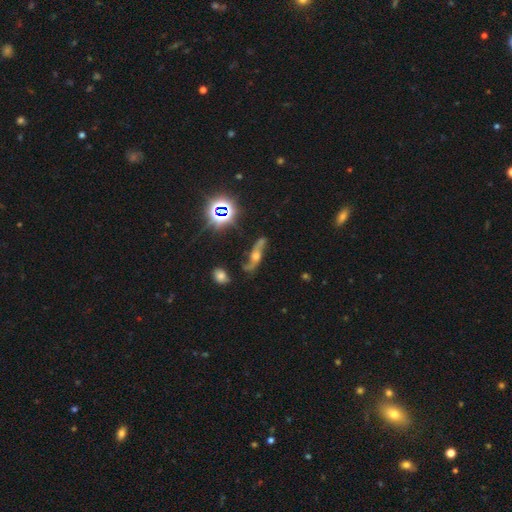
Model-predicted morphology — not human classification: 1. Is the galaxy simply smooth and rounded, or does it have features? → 69% featured or disk, 18% star or artifact, 13% smooth.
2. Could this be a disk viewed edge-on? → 75% no, 25% yes.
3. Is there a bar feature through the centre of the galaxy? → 62% no, 24% weak, 14% strong.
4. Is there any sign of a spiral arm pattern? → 91% yes, 9% no.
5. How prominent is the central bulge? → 57% moderate, 21% small, 15% large, 5% none, 3% dominant.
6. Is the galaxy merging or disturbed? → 69% none, 17% minor disturbance, 9% major disturbance, 5% merger.